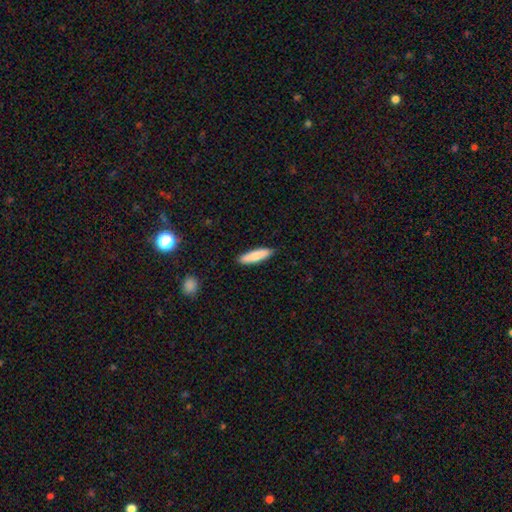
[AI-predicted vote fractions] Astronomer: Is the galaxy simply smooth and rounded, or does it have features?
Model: smooth — 79%.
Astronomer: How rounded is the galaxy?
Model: cigar-shaped — 73%.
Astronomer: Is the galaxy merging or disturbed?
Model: none — 89%.